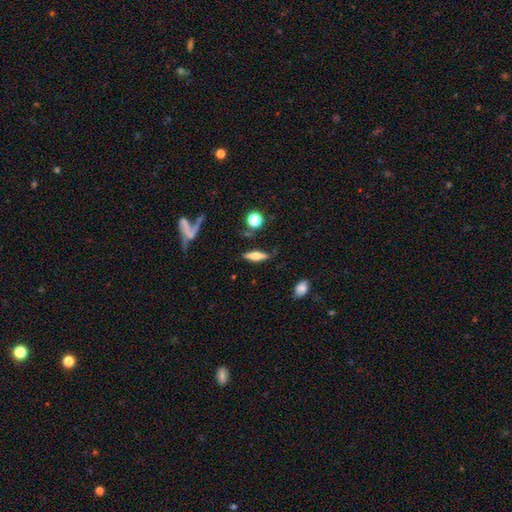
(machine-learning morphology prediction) Q: Smooth or featured?
A: featured or disk (49%); runner-up: smooth (44%)
Q: Merging?
A: none (80%); runner-up: minor disturbance (13%)